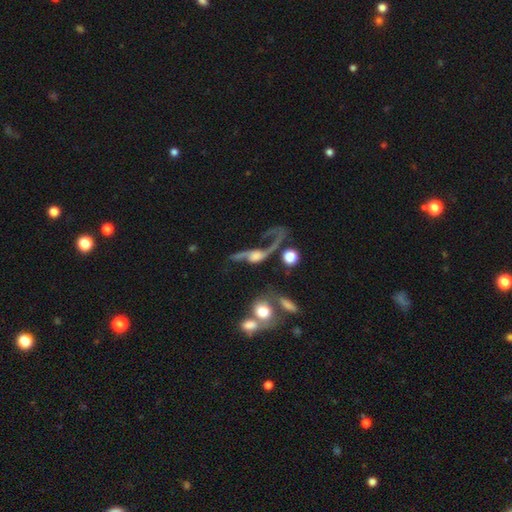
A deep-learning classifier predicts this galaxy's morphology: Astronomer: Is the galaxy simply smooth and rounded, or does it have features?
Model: featured or disk — 82%.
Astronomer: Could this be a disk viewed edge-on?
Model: no — 88%.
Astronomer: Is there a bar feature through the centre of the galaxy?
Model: no — 61%.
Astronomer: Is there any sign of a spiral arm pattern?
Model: yes — 90%.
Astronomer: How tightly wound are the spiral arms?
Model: loose — 89%.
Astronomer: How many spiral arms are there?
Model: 2 — 84%.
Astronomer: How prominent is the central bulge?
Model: moderate — 33% (runner-up: small, 24%).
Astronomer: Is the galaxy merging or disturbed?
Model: none — 37% (runner-up: major disturbance, 33%).